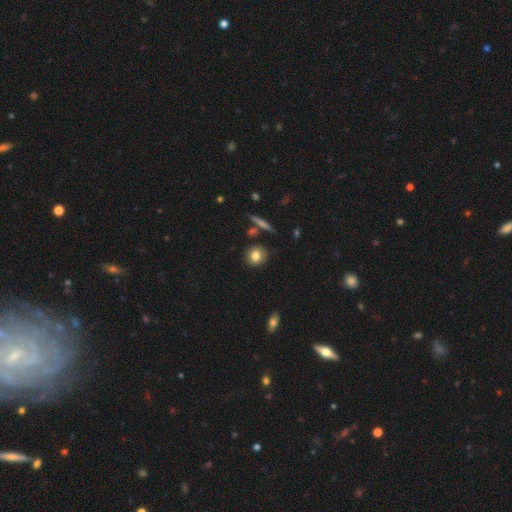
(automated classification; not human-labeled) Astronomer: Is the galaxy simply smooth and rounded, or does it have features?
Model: smooth — 80%.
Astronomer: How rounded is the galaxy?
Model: round — 81%.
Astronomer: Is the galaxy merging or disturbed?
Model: none — 85%.